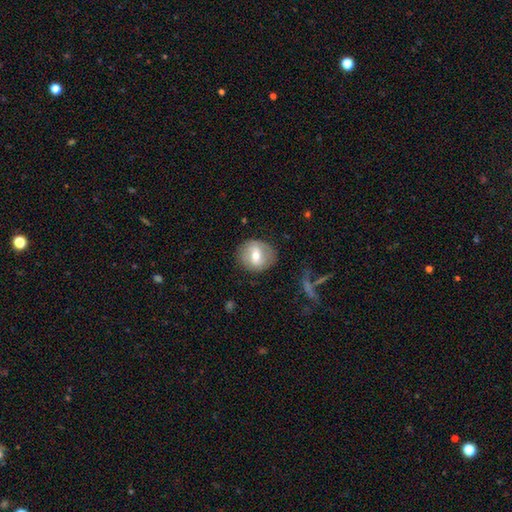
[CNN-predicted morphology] This is possibly a smooth galaxy (48%). Merging: likely none (80%).